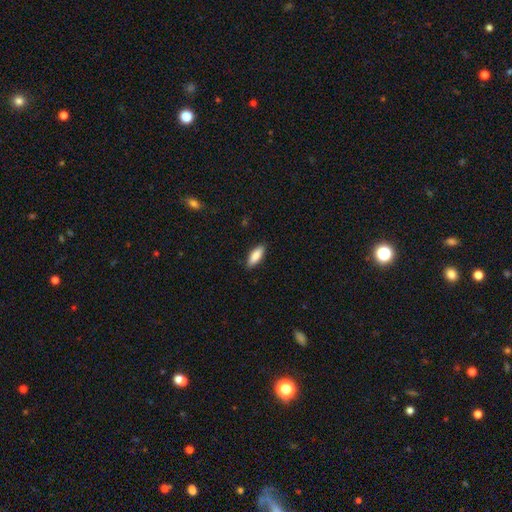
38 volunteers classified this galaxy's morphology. Smooth or featured? smooth (87%)
How rounded? in between (76%)
Merging? none (76%)